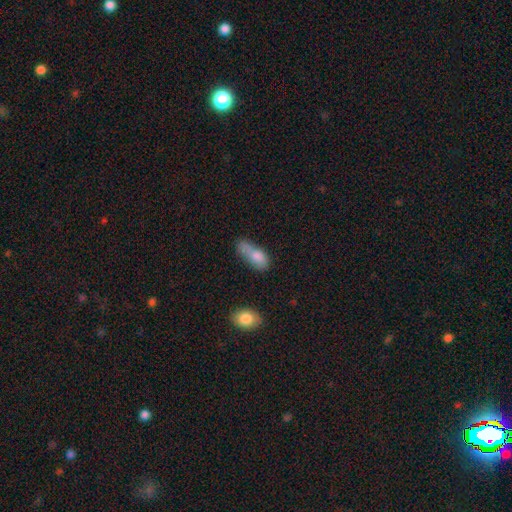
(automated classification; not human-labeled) The model was most divided on "merging": none: 31%, merger: 30%, minor disturbance: 23%, major disturbance: 15%. More confident: how rounded — in between (79%); smooth or featured — smooth (77%).